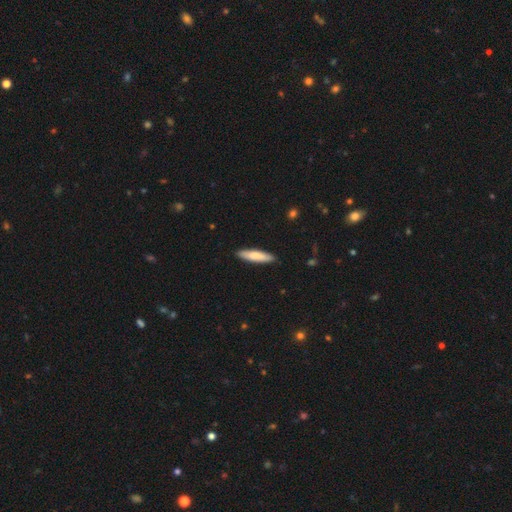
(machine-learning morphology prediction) This appears to be a smooth galaxy with no disk features (77%) that is cigar-shaped (80%). Merging: none (90%).